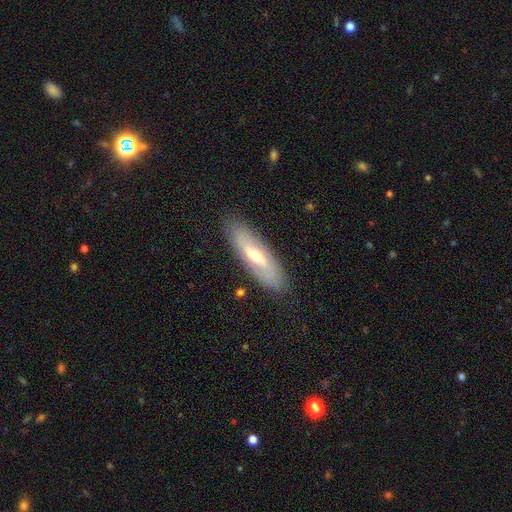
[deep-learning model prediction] This is possibly a featured or disk galaxy (58%). It is likely not viewed edge-on (68%). Merging: clearly none (85%).